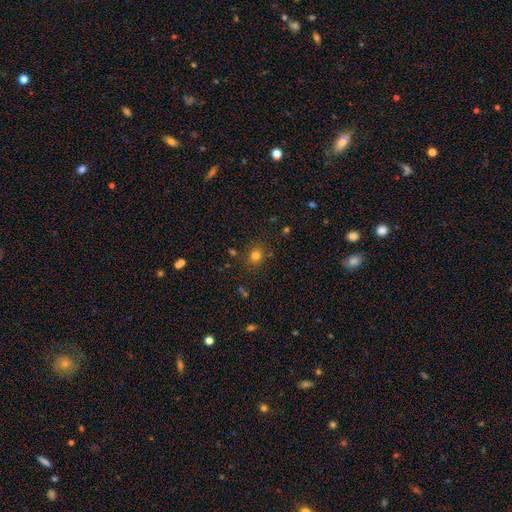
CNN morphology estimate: Smooth or featured: smooth — 76% (star or artifact — 16%)
How rounded: round — 79% (in between — 20%)
Merging: none — 83% (minor disturbance — 10%)